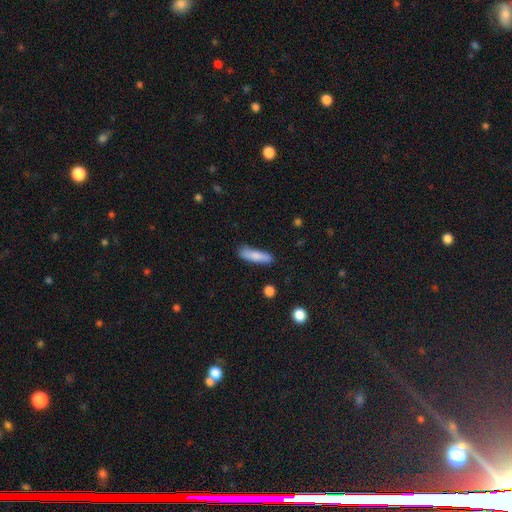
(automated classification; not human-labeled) This is clearly a smooth galaxy (81%). How rounded: likely cigar-shaped (71%). Merging: likely none (79%).